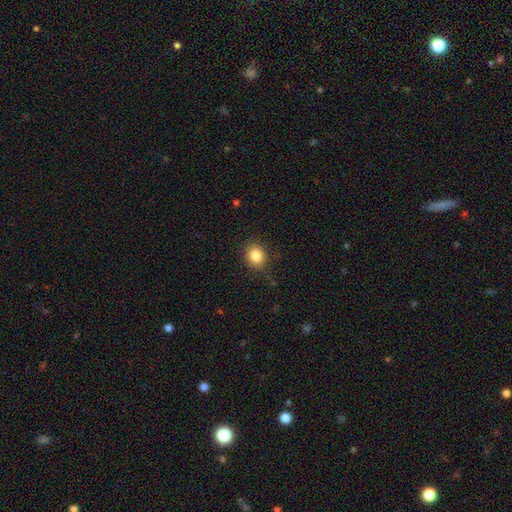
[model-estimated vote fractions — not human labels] Smooth or featured? smooth (84%)
How rounded? round (68%)
Merging? none (83%)